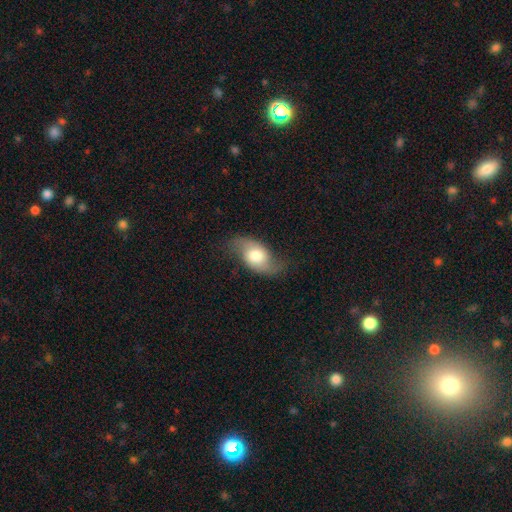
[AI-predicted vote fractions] Smooth or featured? Predicted: featured or disk (p=0.56). Edge-on disk? Predicted: no (p=0.91). Bar? Predicted: no (p=0.68). Spiral arms? Predicted: yes (p=0.87). Bulge size? Predicted: moderate (p=0.41). Merging? Predicted: none (p=0.67).